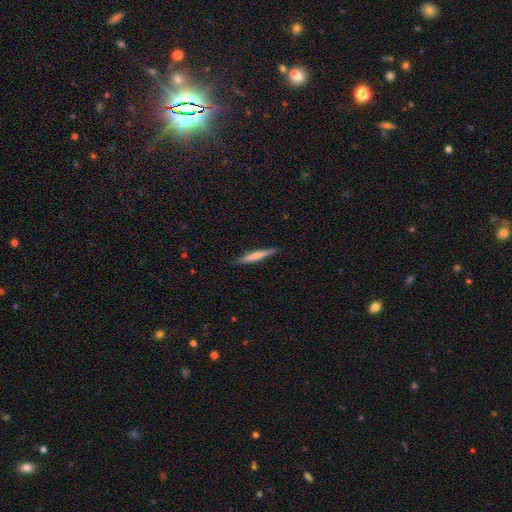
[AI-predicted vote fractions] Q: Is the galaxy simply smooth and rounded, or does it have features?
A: smooth — 62%.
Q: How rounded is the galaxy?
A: cigar-shaped — 94%.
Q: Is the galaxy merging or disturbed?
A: none — 88%.